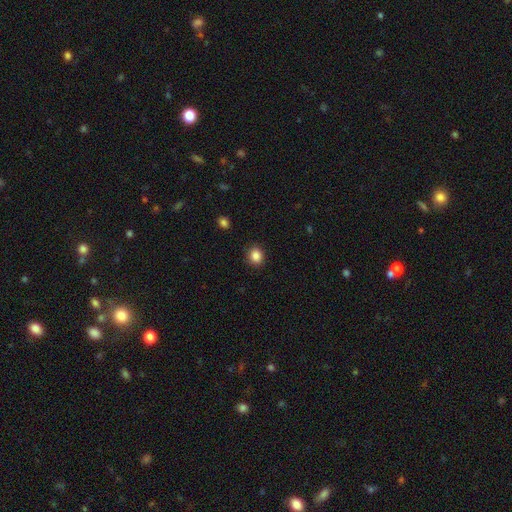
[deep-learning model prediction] Morphology: type=smooth (86%); roundness=round (75%); merging=none (89%).